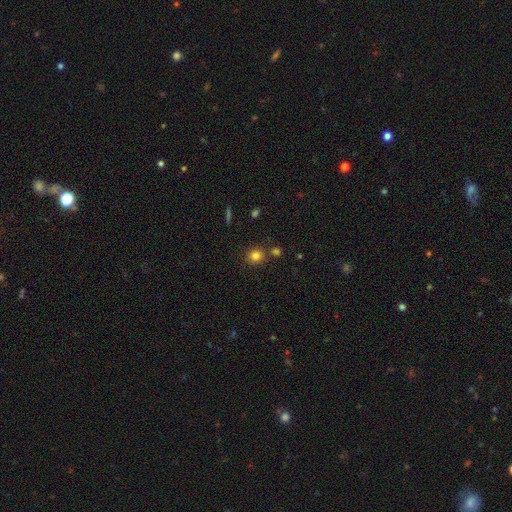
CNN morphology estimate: Smooth or featured? Predicted: smooth (p=0.80). How rounded? Predicted: round (p=0.88). Merging? Predicted: none (p=0.79).